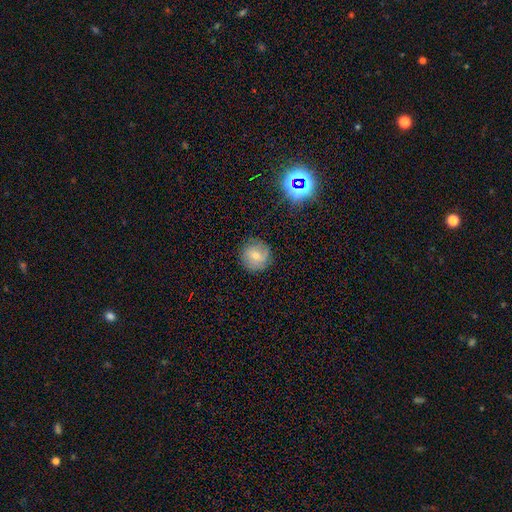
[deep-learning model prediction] Smooth or featured: smooth — 50% (featured or disk — 34%)
How rounded: round — 94% (in between — 5%)
Merging: none — 86% (minor disturbance — 10%)